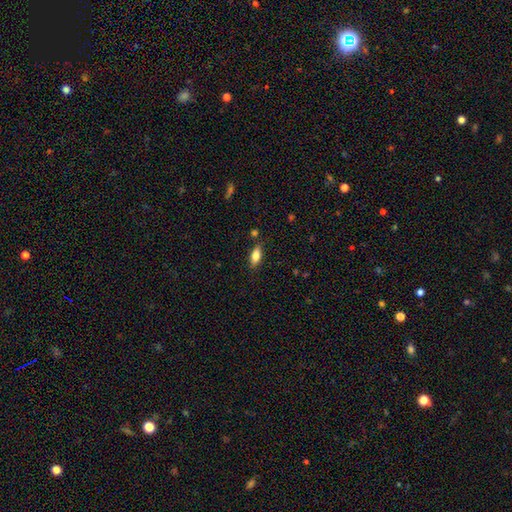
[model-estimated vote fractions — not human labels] Smooth or featured?
  - smooth: 77% *
  - featured or disk: 15%
  - star or artifact: 8%
How rounded?
  - in between: 79% *
  - cigar-shaped: 18%
  - round: 3%
Merging?
  - none: 82% *
  - minor disturbance: 12%
  - merger: 3%
  - major disturbance: 3%